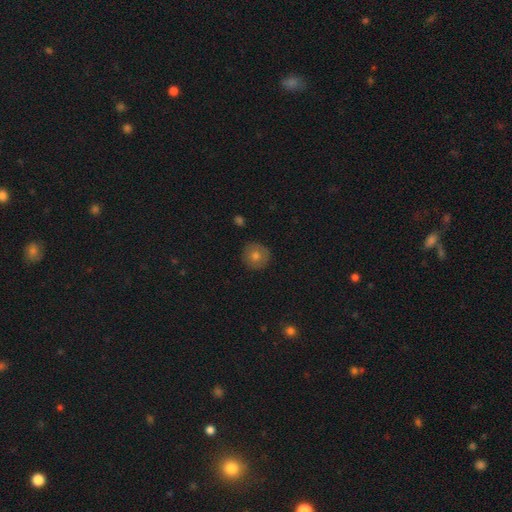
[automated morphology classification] type=smooth (69%); roundness=round (94%); merging=none (88%).